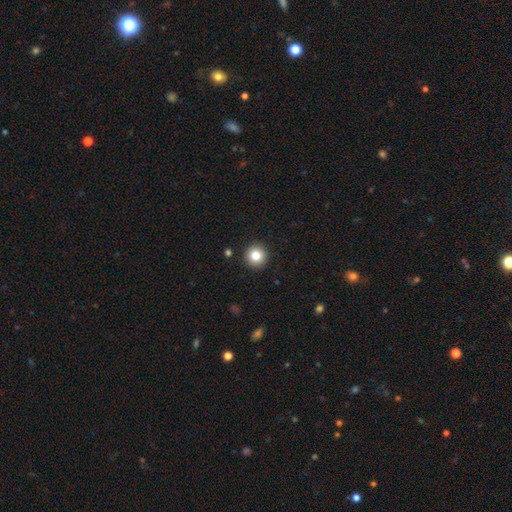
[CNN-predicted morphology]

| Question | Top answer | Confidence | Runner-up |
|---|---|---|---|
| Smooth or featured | smooth | 82% | star or artifact (11%) |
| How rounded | round | 96% | in between (3%) |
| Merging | none | 92% | minor disturbance (5%) |